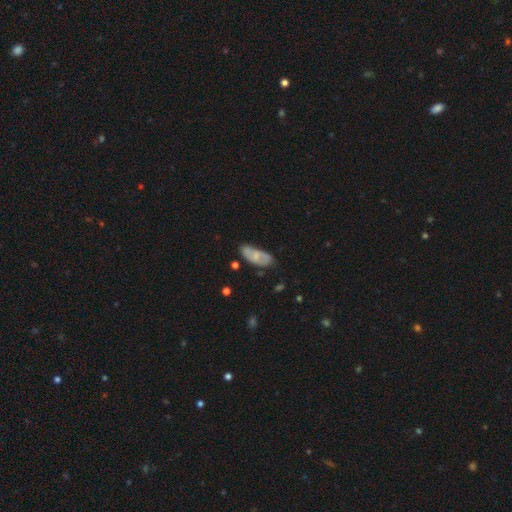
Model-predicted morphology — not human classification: smooth 51%, featured or disk 42%, star or artifact 7%. Down the decision tree: how rounded — in between (85%); merging — none (56%).